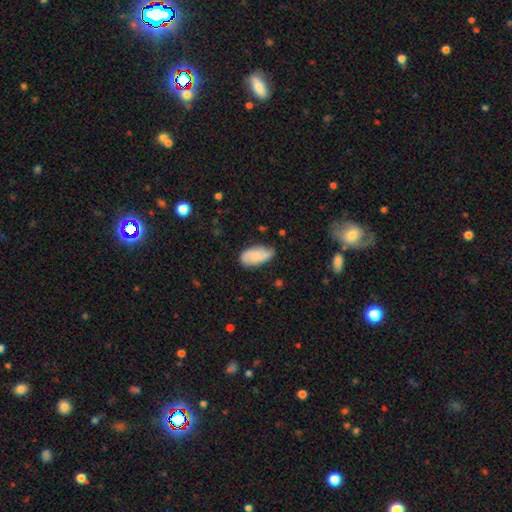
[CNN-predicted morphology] Q: Smooth or featured?
A: smooth (54%); runner-up: featured or disk (39%)
Q: How rounded?
A: in between (93%); runner-up: cigar-shaped (4%)
Q: Merging?
A: none (67%); runner-up: minor disturbance (26%)